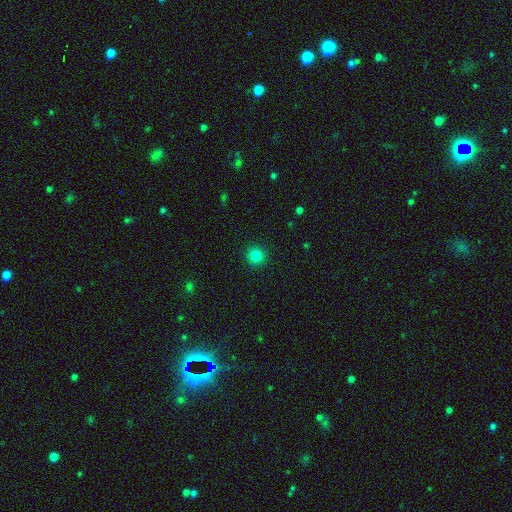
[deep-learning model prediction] Q: Smooth or featured?
A: smooth (83%); runner-up: star or artifact (12%)
Q: How rounded?
A: round (95%); runner-up: in between (4%)
Q: Merging?
A: none (93%); runner-up: minor disturbance (5%)